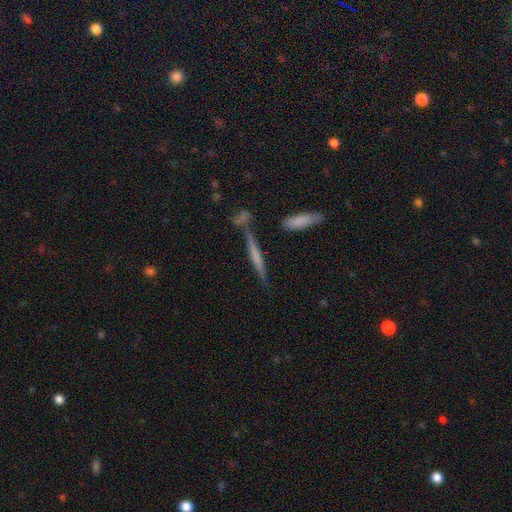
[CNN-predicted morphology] smooth-or-featured: smooth: 48% | featured or disk: 45% | star or artifact: 7%
  merging: none: 77% | minor disturbance: 11% | merger: 8% | major disturbance: 3%